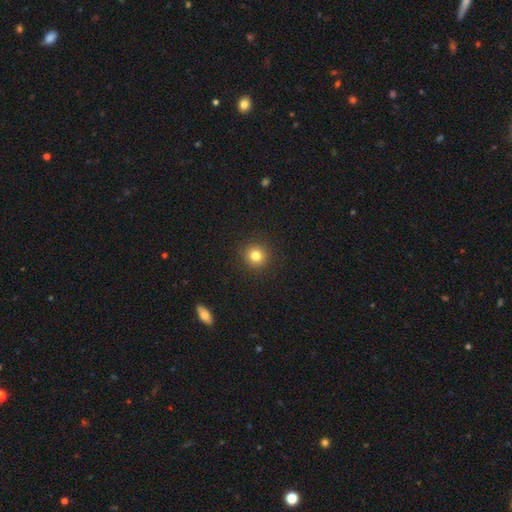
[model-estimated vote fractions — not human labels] The model was most divided on "smooth or featured": smooth: 82%, star or artifact: 12%, featured or disk: 6%. More confident: how rounded — round (95%); merging — none (92%).